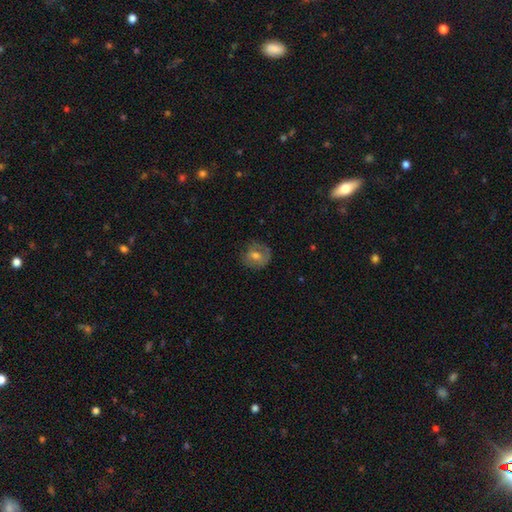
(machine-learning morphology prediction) Overall: smooth (49%; featured or disk 40%). Merging: none (76%).